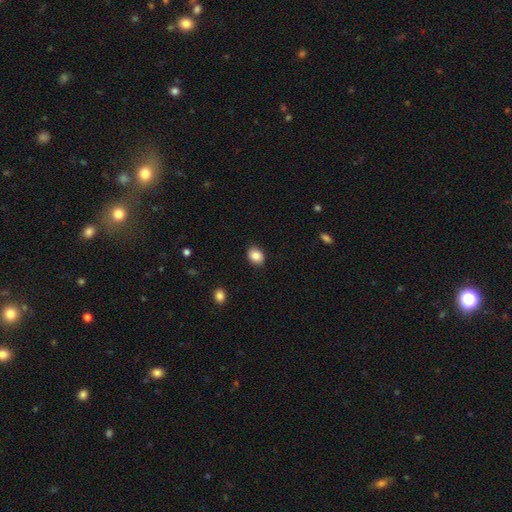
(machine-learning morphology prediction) A smooth galaxy with no disk features (86%) that is in between round and cigar-shaped (65%).

Vote fractions:
- Smooth or featured? smooth: 86% / star or artifact: 8% / featured or disk: 6%
- How rounded? in between: 65% / round: 34% / cigar-shaped: 1%
- Merging? none: 89% / minor disturbance: 8% / major disturbance: 2% / merger: 1%